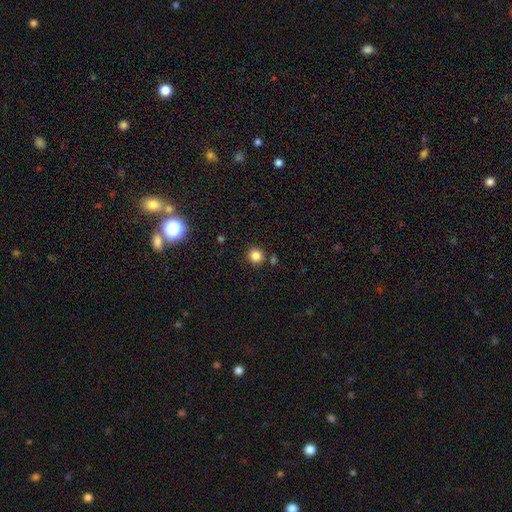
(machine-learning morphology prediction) This is clearly a smooth galaxy (83%). How rounded: clearly round (92%). Merging: clearly none (85%).